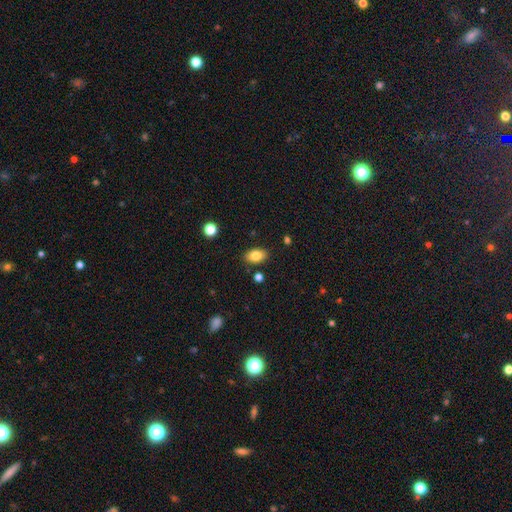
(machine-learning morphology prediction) smooth_or_featured: smooth (p=0.83) [alt: star or artifact p=0.09]
how_rounded: in between (p=0.88) [alt: round p=0.11]
merging: none (p=0.85) [alt: minor disturbance p=0.10]